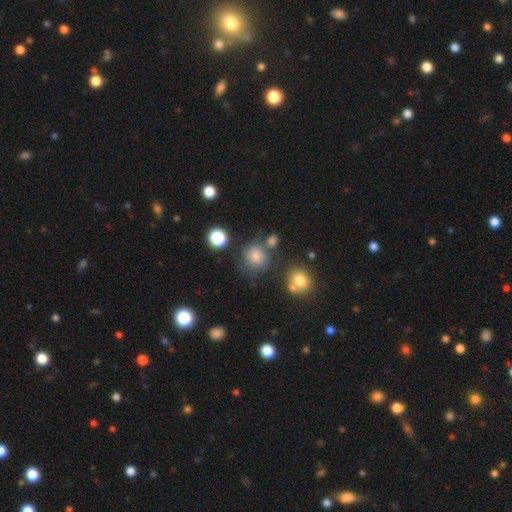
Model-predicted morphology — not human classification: Q: Smooth or featured?
A: smooth (68%); runner-up: star or artifact (19%)
Q: How rounded?
A: round (83%); runner-up: in between (16%)
Q: Merging?
A: none (63%); runner-up: minor disturbance (18%)